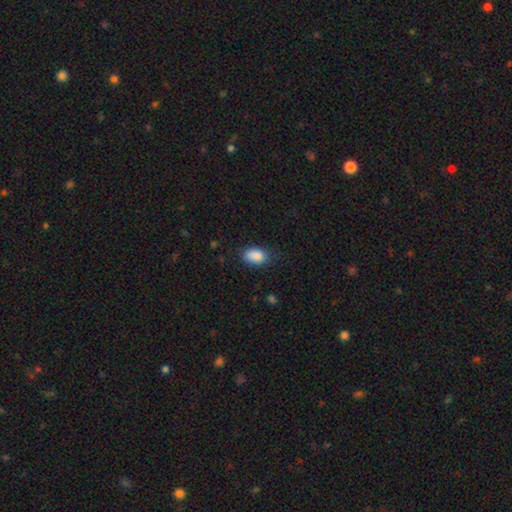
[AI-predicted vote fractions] Smooth or featured? Predicted: smooth (p=0.87). How rounded? Predicted: in between (p=0.88). Merging? Predicted: none (p=0.69).